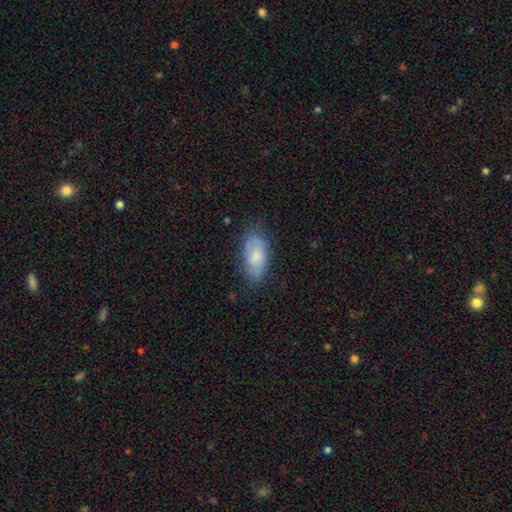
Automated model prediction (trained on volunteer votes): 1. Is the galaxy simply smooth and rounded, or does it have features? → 71% smooth, 22% featured or disk, 7% star or artifact.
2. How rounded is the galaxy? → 91% in between, 6% cigar-shaped, 3% round.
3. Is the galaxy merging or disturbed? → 72% none, 22% minor disturbance, 5% major disturbance, 1% merger.